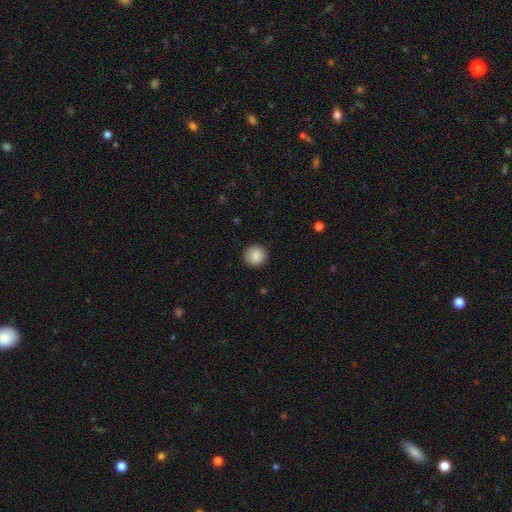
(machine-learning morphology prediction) This appears to be a smooth galaxy with no disk features (88%) that is round (93%). Merging: none (91%).